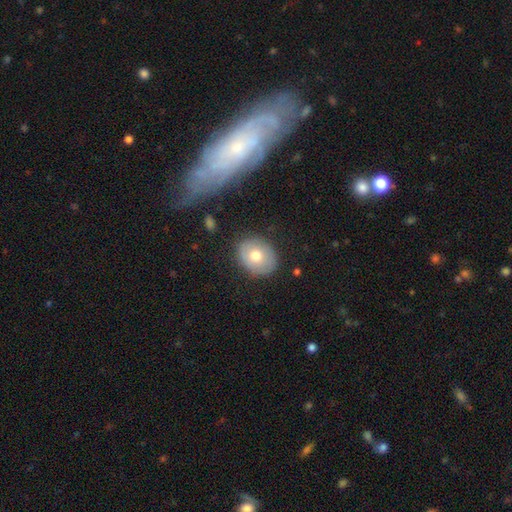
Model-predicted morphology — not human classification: Q: Smooth or featured?
A: smooth (69%); runner-up: featured or disk (23%)
Q: How rounded?
A: round (56%); runner-up: in between (43%)
Q: Merging?
A: none (84%); runner-up: minor disturbance (11%)